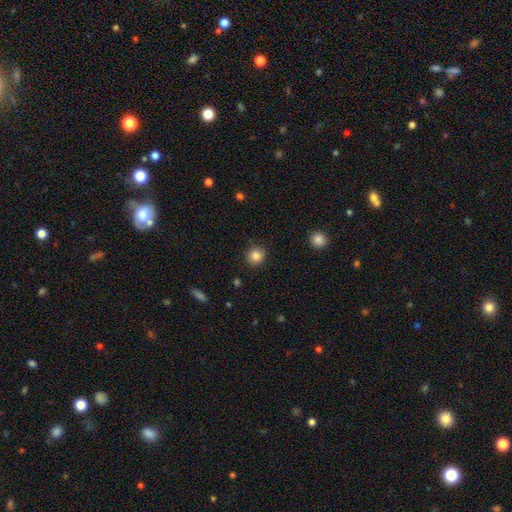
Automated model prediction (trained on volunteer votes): Overall: smooth (85%). How rounded: round (90%). Merging: none (90%).